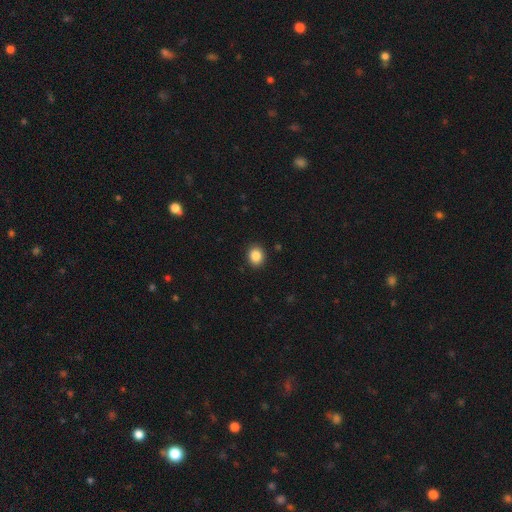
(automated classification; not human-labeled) The model was most divided on "how rounded": round: 64%, in between: 35%, cigar-shaped: 1%. More confident: merging — none (91%); smooth or featured — smooth (87%).